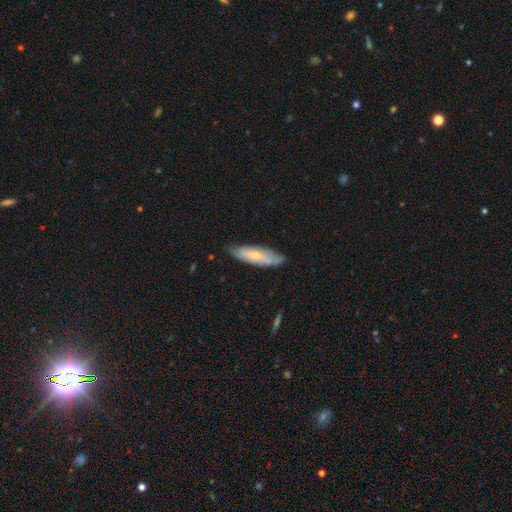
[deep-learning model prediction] featured or disk 48%, smooth 46%, star or artifact 6%. Down the decision tree: merging — none (73%).